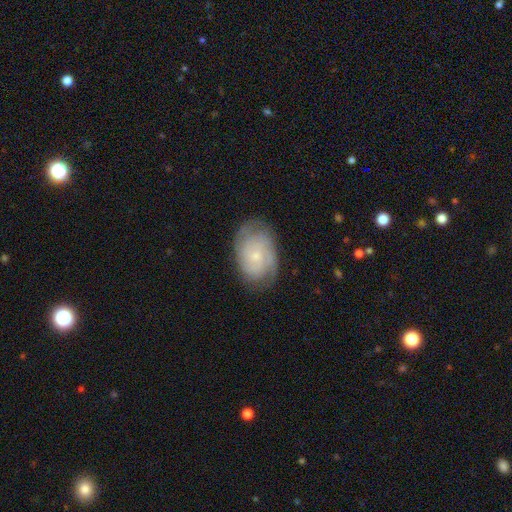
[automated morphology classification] Q: Smooth or featured?
A: featured or disk (70%); runner-up: smooth (24%)
Q: Edge-on disk?
A: no (96%); runner-up: yes (4%)
Q: Bar?
A: no (76%); runner-up: weak (21%)
Q: Spiral arms?
A: yes (91%); runner-up: no (9%)
Q: Spiral winding?
A: tight (64%); runner-up: medium (28%)
Q: Spiral arm count?
A: can't tell (40%); runner-up: 2 (26%)
Q: Bulge size?
A: small (77%); runner-up: moderate (17%)
Q: Merging?
A: none (74%); runner-up: minor disturbance (18%)